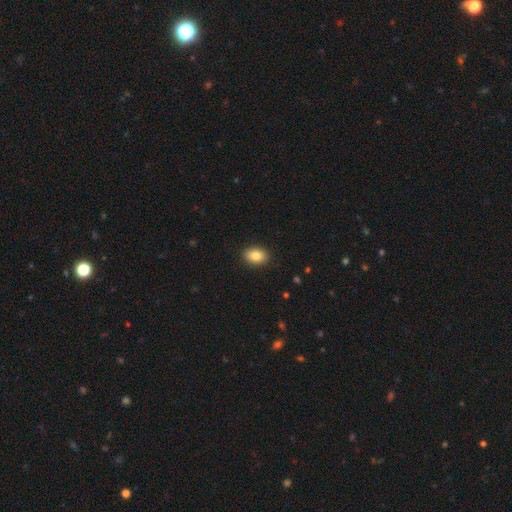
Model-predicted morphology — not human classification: A smooth galaxy with no disk features (86%) that is in between round and cigar-shaped (81%). Merging: none (89%).